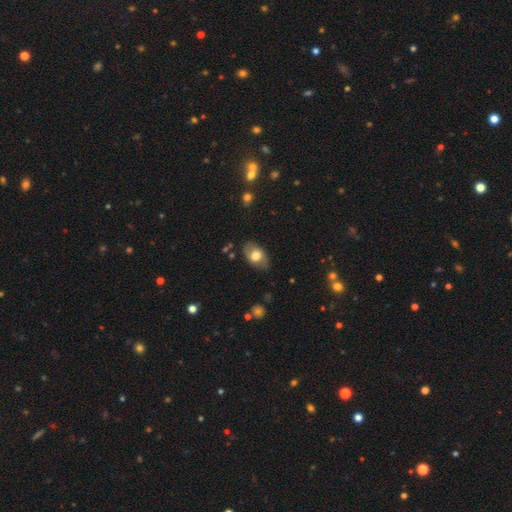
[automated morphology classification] A smooth galaxy with no disk features (69%) that is in between round and cigar-shaped (88%).

Vote fractions:
- Smooth or featured? smooth: 69% / featured or disk: 24% / star or artifact: 7%
- How rounded? in between: 88% / round: 11% / cigar-shaped: 1%
- Merging? none: 79% / minor disturbance: 16% / major disturbance: 4% / merger: 1%